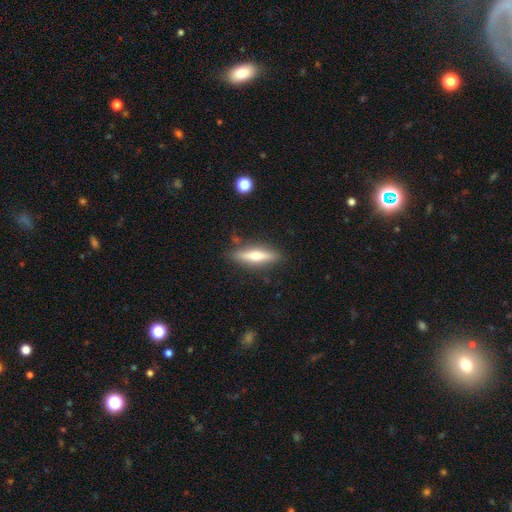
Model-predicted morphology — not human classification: smooth_or_featured: featured or disk (p=0.47) [tied with: smooth p=0.47]
merging: none (p=0.86) [alt: minor disturbance p=0.10]